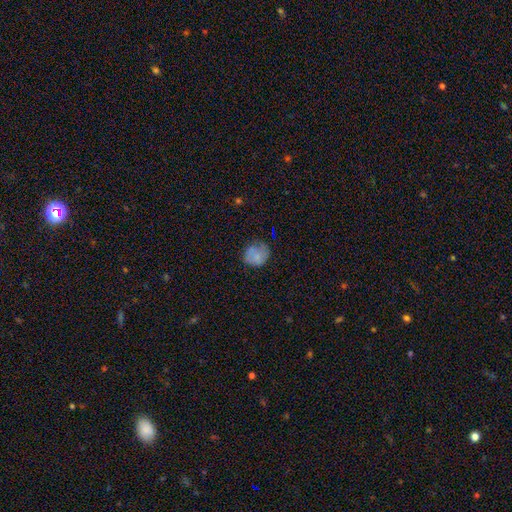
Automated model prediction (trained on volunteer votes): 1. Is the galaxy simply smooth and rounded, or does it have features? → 75% smooth, 16% featured or disk, 10% star or artifact.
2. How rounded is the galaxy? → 72% round, 27% in between, 1% cigar-shaped.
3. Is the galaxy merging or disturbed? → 59% none, 29% minor disturbance, 10% major disturbance, 2% merger.